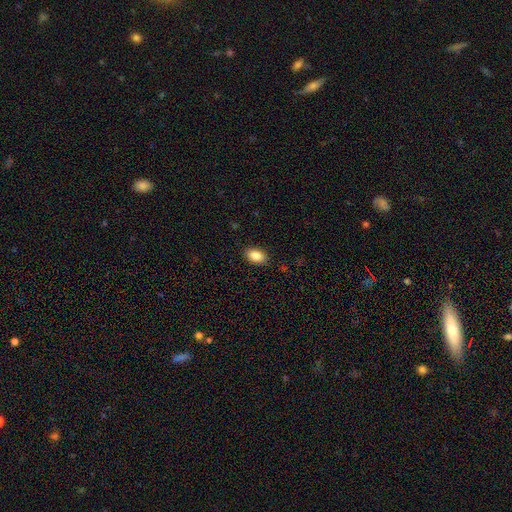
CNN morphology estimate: The model was most divided on "merging": none: 87%, minor disturbance: 10%, major disturbance: 2%, merger: 1%. More confident: how rounded — in between (90%); smooth or featured — smooth (87%).